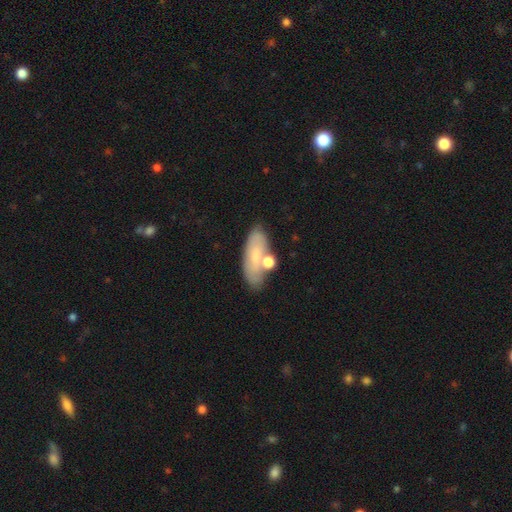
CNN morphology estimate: This is likely a smooth galaxy (61%). How rounded: likely in between (76%). Merging: likely none (61%).